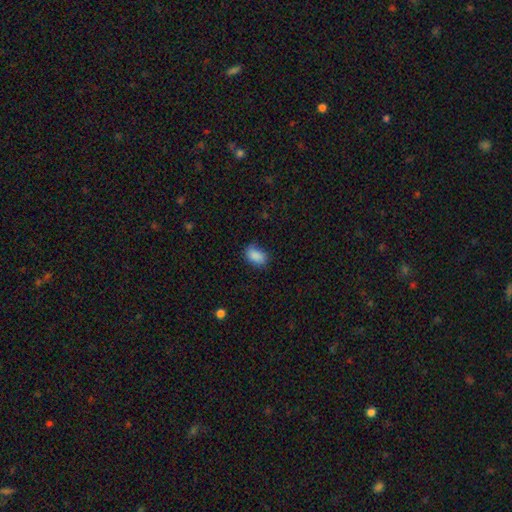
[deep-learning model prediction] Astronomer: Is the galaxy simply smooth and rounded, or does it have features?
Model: smooth — 87%.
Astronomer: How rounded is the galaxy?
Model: in between — 88%.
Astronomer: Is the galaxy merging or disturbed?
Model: none — 72%.